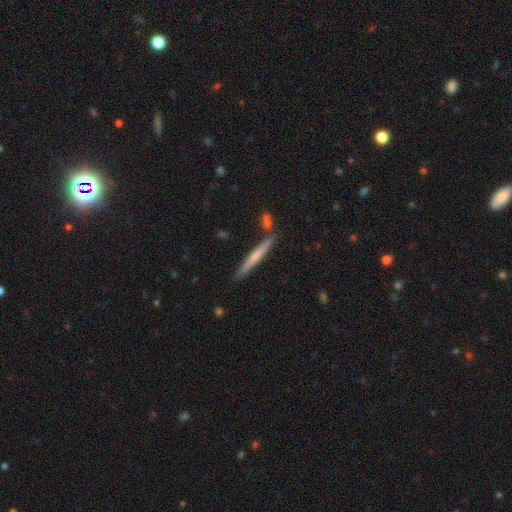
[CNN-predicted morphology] A featured or disk galaxy (50%) viewed edge-on (97%). Merging: none (86%).